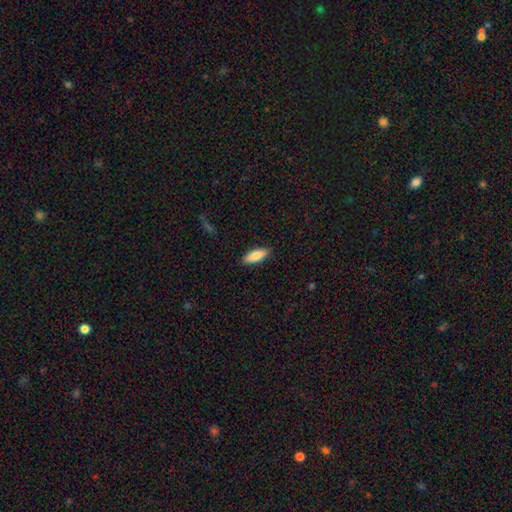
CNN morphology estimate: The model was most divided on "how rounded": in between: 64%, cigar-shaped: 34%, round: 2%. More confident: merging — none (89%); smooth or featured — smooth (82%).